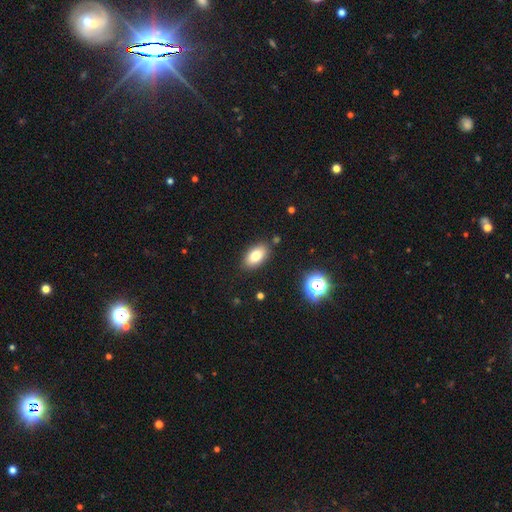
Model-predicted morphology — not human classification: Overall: smooth (79%). How rounded: in between (91%). Merging: none (86%).